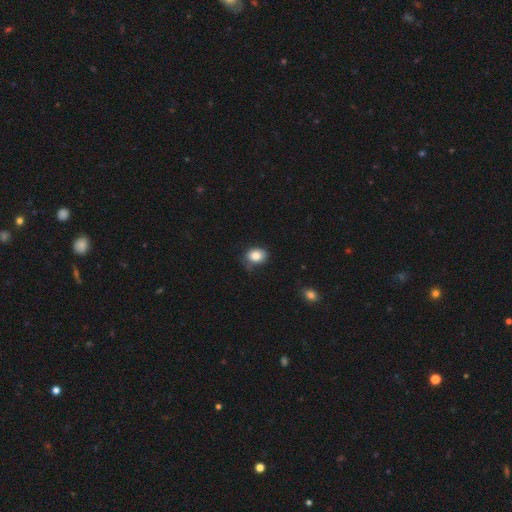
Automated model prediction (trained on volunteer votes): Overall: smooth (84%). How rounded: in between (55%; round 44%). Merging: none (66%).